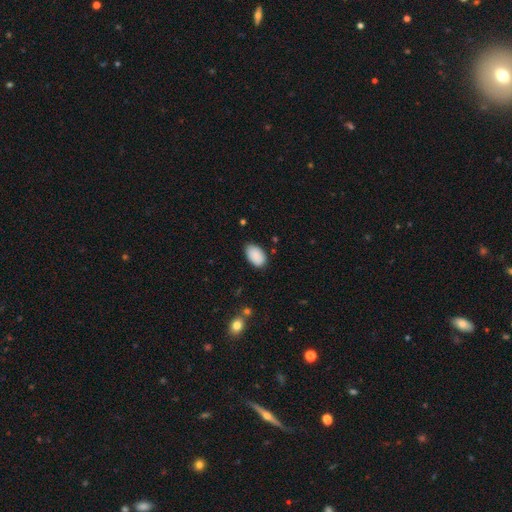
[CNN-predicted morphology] Overall: smooth (89%). How rounded: in between (94%). Merging: none (79%).